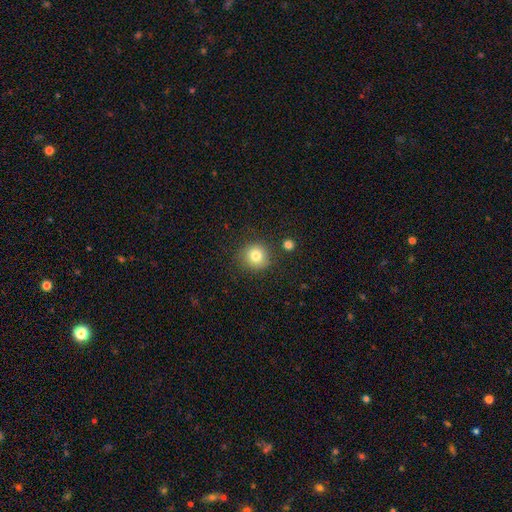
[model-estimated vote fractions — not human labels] A smooth galaxy with no disk features (80%) that is round (91%).

Vote fractions:
- Smooth or featured? smooth: 80% / star or artifact: 11% / featured or disk: 8%
- How rounded? round: 91% / in between: 8% / cigar-shaped: 1%
- Merging? none: 83% / minor disturbance: 10% / merger: 4% / major disturbance: 3%